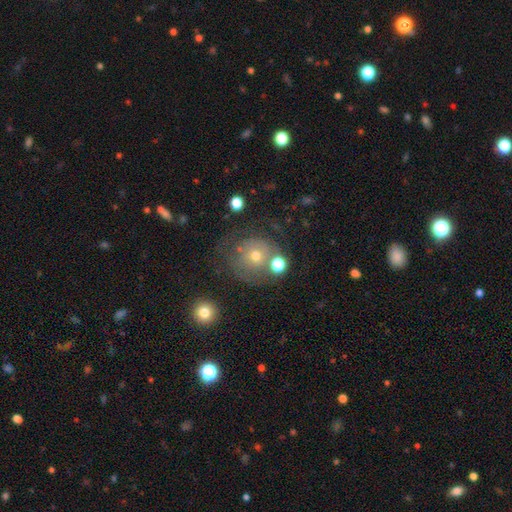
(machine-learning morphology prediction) smooth-or-featured: smooth: 51% | featured or disk: 34% | star or artifact: 15%
  how-rounded: round: 86% | in between: 13% | cigar-shaped: 1%
  merging: none: 56% | minor disturbance: 18% | major disturbance: 14% | merger: 11%